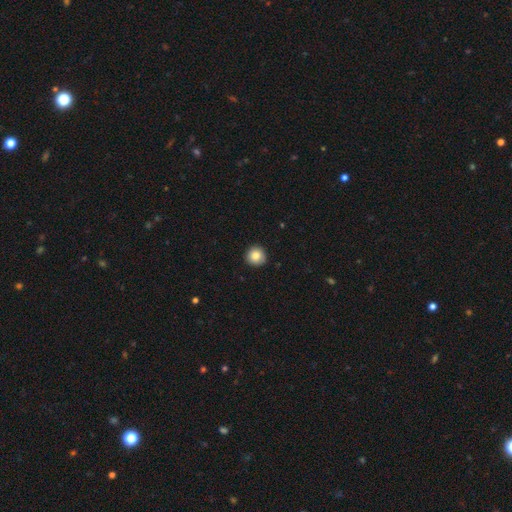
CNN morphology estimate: smooth-or-featured: smooth: 85% | star or artifact: 9% | featured or disk: 6%
  how-rounded: round: 95% | in between: 4% | cigar-shaped: 1%
  merging: none: 90% | minor disturbance: 7% | major disturbance: 2% | merger: 1%